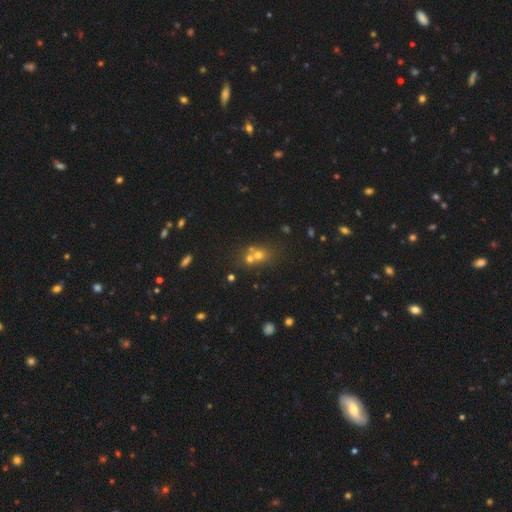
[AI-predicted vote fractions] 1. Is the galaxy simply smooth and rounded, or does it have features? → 58% smooth, 21% star or artifact, 21% featured or disk.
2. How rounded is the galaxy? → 75% round, 23% in between, 1% cigar-shaped.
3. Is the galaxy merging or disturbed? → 50% merger, 39% none, 7% minor disturbance, 4% major disturbance.